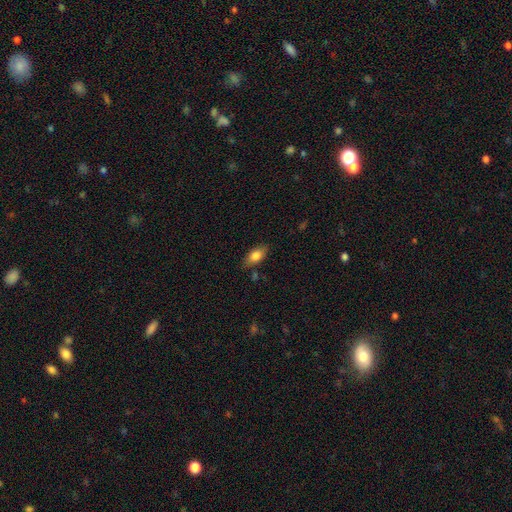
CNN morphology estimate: Smooth or featured: smooth — 79% (featured or disk — 13%)
How rounded: in between — 86% (cigar-shaped — 7%)
Merging: none — 79% (minor disturbance — 15%)